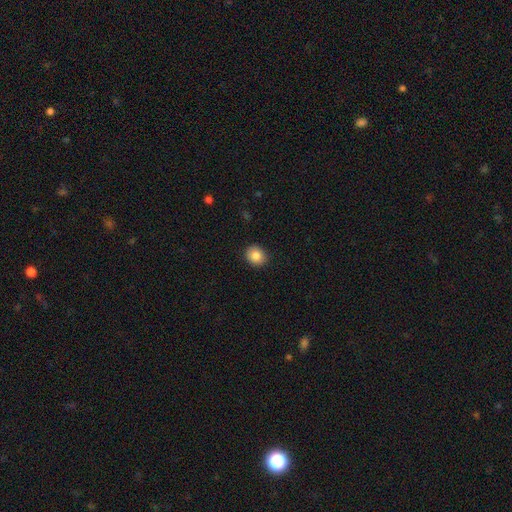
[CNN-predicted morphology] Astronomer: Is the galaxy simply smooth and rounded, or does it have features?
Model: smooth — 85%.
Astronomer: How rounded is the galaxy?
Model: round — 75%.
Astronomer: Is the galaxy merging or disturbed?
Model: none — 91%.